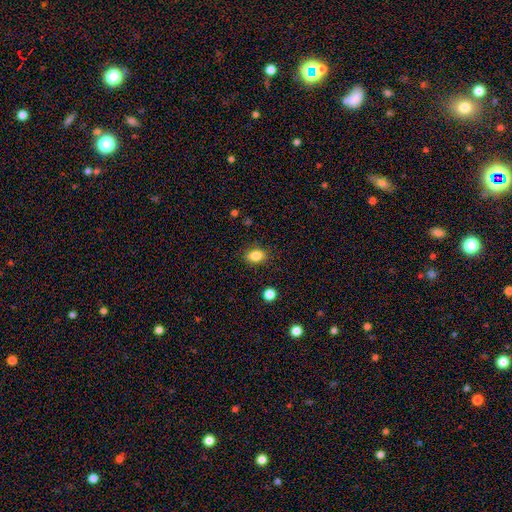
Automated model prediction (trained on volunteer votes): A smooth galaxy with no disk features (85%) that is in between round and cigar-shaped (79%). Merging: none (86%).